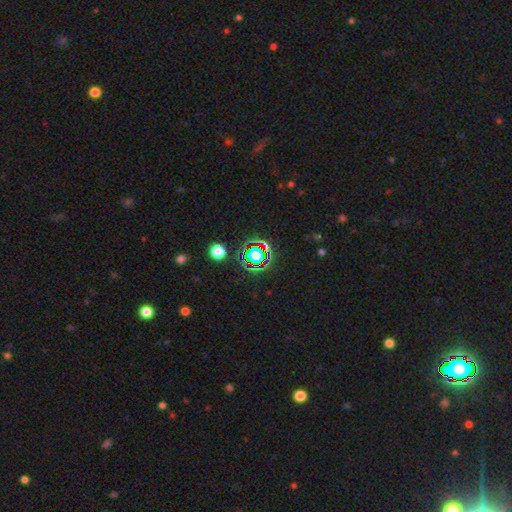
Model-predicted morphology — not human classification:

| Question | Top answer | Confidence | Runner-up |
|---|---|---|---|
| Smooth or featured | star or artifact | 66% | smooth (21%) |